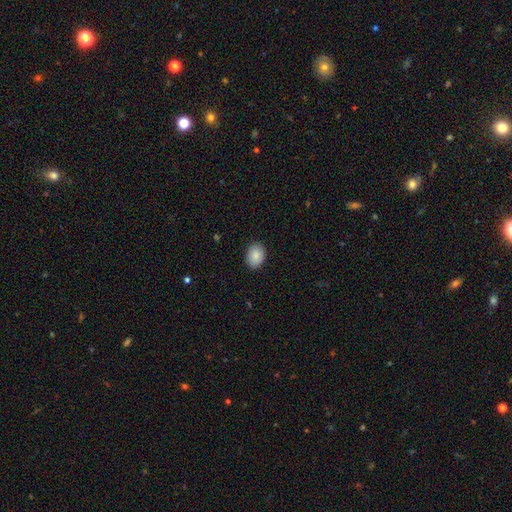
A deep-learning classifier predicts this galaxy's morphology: Overall: smooth (87%). How rounded: in between (72%). Merging: none (88%).